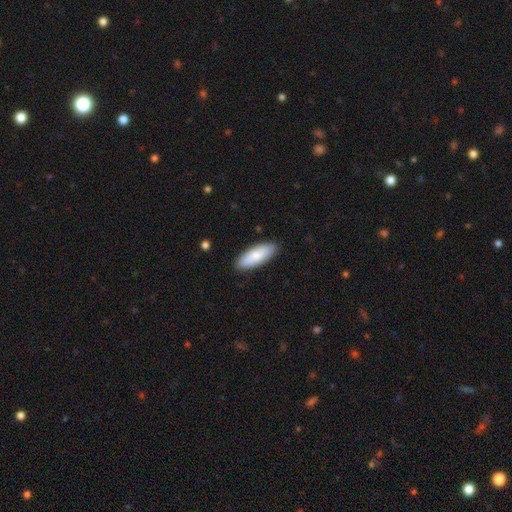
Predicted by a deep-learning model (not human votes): The model was most divided on "how rounded": in between: 69%, cigar-shaped: 29%, round: 2%. More confident: merging — none (89%); smooth or featured — smooth (81%).